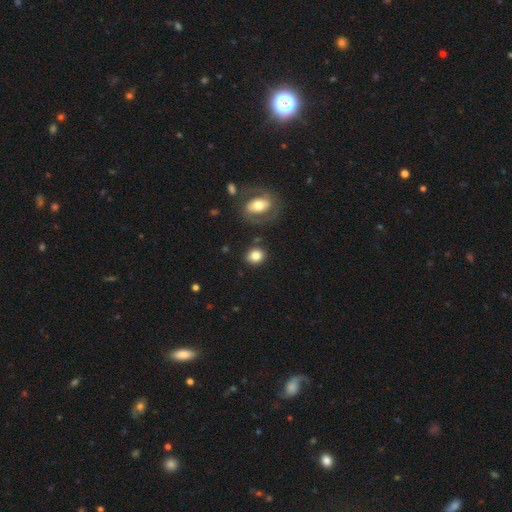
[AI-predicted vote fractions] The model was most divided on "how rounded": round: 66%, in between: 32%, cigar-shaped: 1%. More confident: merging — none (82%); smooth or featured — smooth (81%).